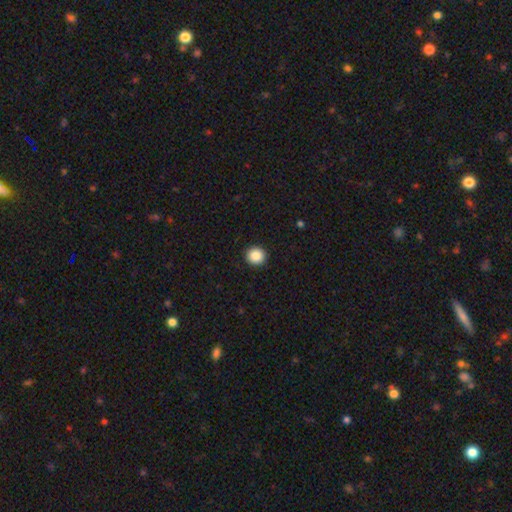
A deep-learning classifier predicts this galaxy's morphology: This is clearly a smooth galaxy (88%). How rounded: clearly round (92%). Merging: clearly none (93%).